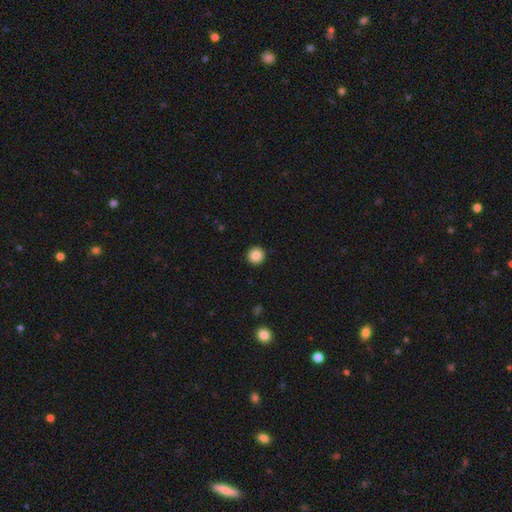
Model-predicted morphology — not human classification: This appears to be a smooth galaxy with no disk features (86%) that is round (96%). Merging: none (93%).